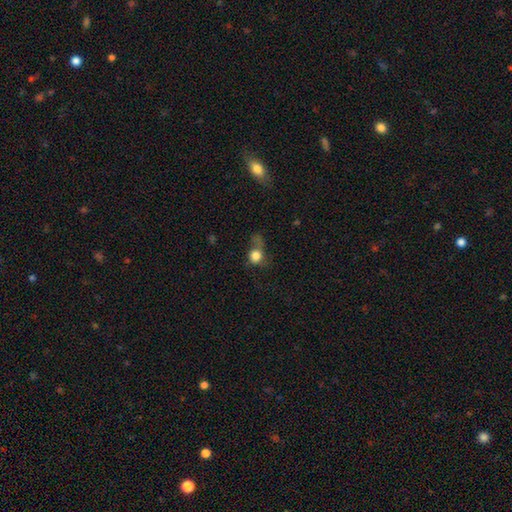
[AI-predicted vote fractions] This is likely a smooth galaxy (76%). How rounded: likely round (75%). Merging: marginally major disturbance (38%).